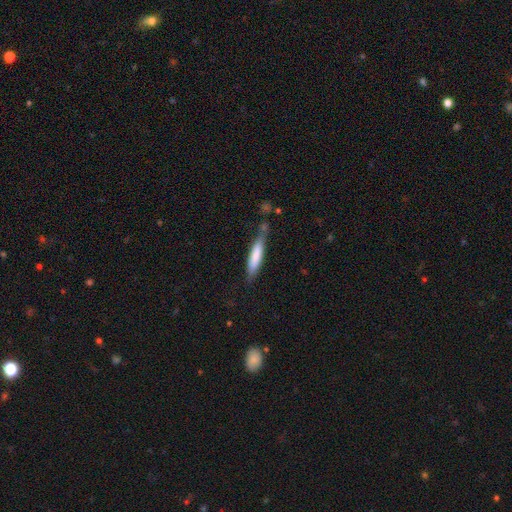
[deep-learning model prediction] Smooth or featured? smooth (73%)
How rounded? cigar-shaped (84%)
Merging? none (64%)